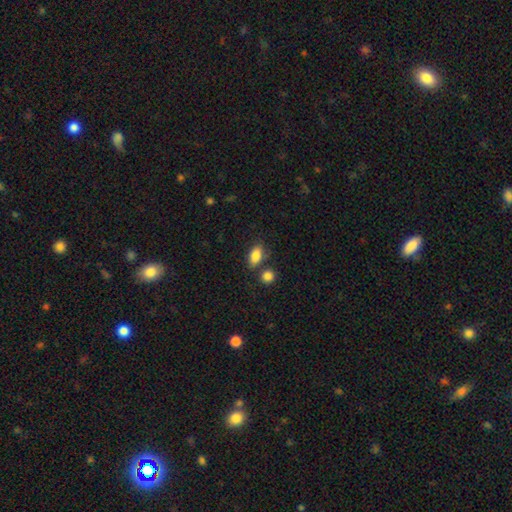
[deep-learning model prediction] A smooth galaxy with no disk features (86%) that is in between round and cigar-shaped (87%).

Vote fractions:
- Smooth or featured? smooth: 86% / star or artifact: 8% / featured or disk: 6%
- How rounded? in between: 87% / round: 9% / cigar-shaped: 3%
- Merging? none: 68% / minor disturbance: 15% / merger: 13% / major disturbance: 4%